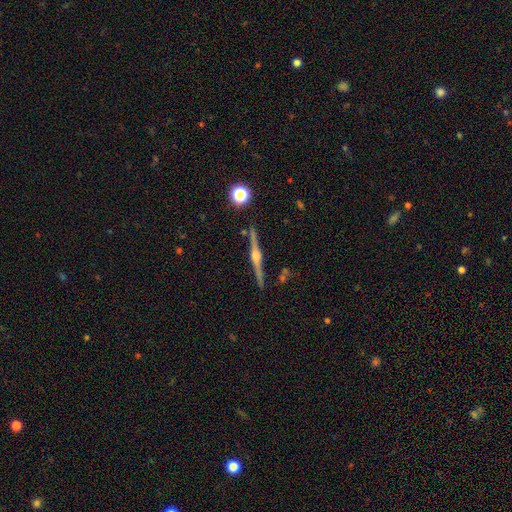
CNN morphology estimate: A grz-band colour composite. It shows a featured or disk galaxy (87%) viewed edge-on (99%) with a rounded central bulge (93%). Merging: none (91%).